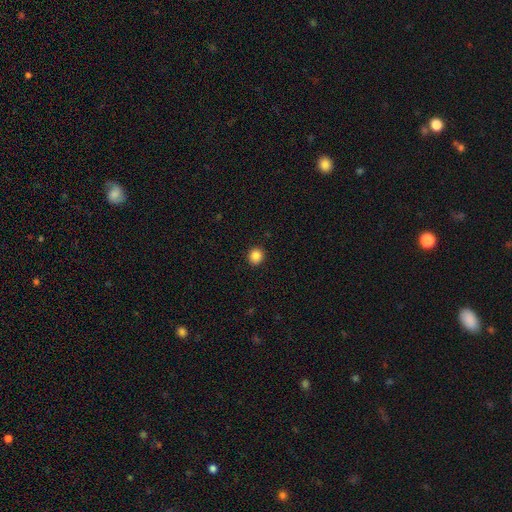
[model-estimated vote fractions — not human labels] Smooth or featured?
  - smooth: 87% *
  - star or artifact: 10%
  - featured or disk: 3%
How rounded?
  - round: 89% *
  - in between: 10%
  - cigar-shaped: 1%
Merging?
  - none: 93% *
  - minor disturbance: 5%
  - major disturbance: 2%
  - merger: 1%